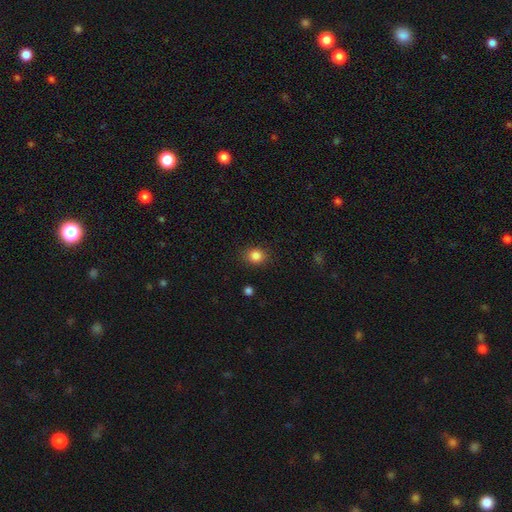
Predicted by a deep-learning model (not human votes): Overall: smooth (84%). How rounded: round (71%). Merging: none (86%).